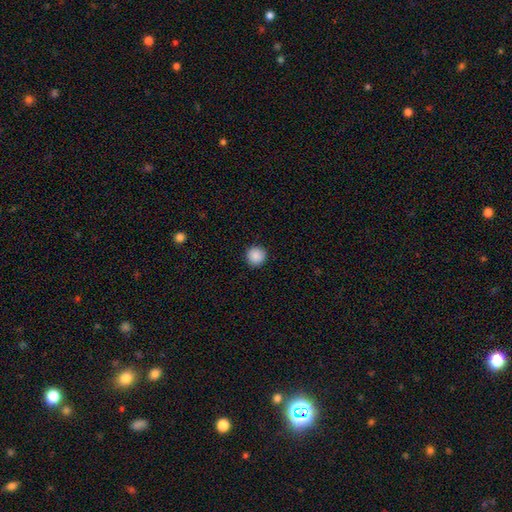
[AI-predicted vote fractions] A smooth galaxy with no disk features (88%) that is round (95%).

Vote fractions:
- Smooth or featured? smooth: 88% / star or artifact: 9% / featured or disk: 3%
- How rounded? round: 95% / in between: 4% / cigar-shaped: 1%
- Merging? none: 92% / minor disturbance: 5% / major disturbance: 2% / merger: 1%